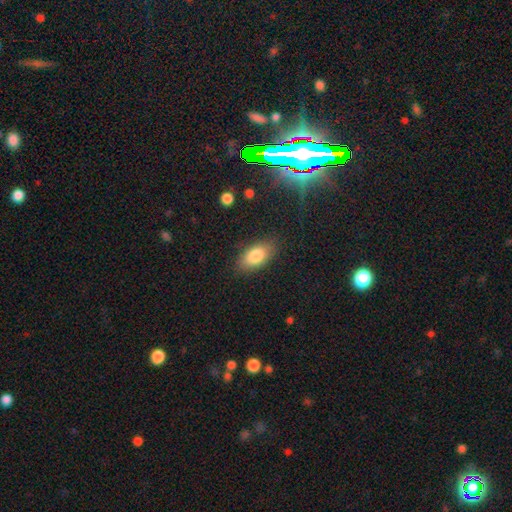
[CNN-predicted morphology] type=smooth (82%); roundness=in between (90%); merging=none (84%).